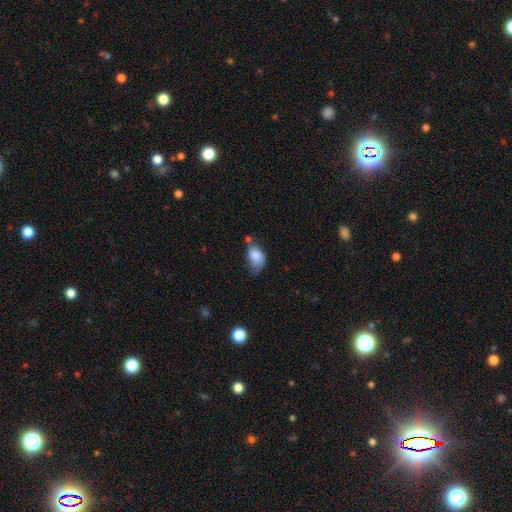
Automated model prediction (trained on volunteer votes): Smooth or featured?
  - smooth: 80% *
  - featured or disk: 12%
  - star or artifact: 8%
How rounded?
  - in between: 86% *
  - round: 13%
  - cigar-shaped: 2%
Merging?
  - minor disturbance: 40% *
  - none: 29%
  - major disturbance: 19%
  - merger: 12%